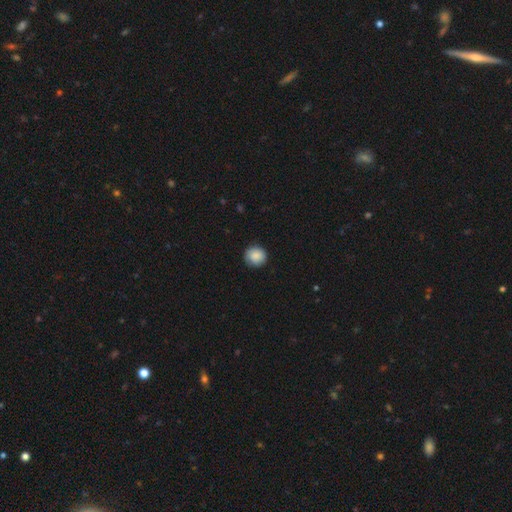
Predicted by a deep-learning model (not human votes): Smooth or featured: smooth — 87% (star or artifact — 8%)
How rounded: round — 90% (in between — 9%)
Merging: none — 85% (minor disturbance — 12%)